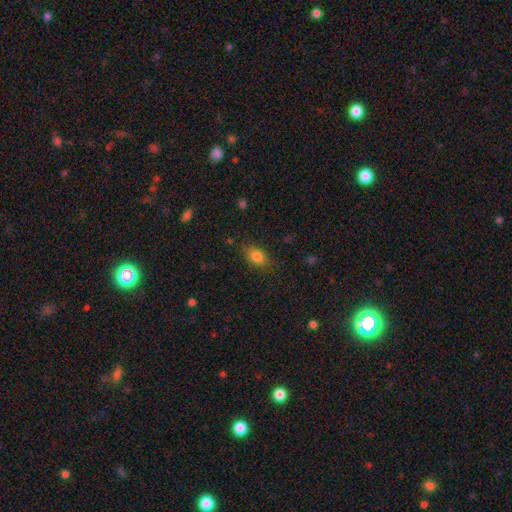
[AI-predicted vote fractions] Smooth or featured? smooth (82%)
How rounded? in between (76%)
Merging? none (82%)